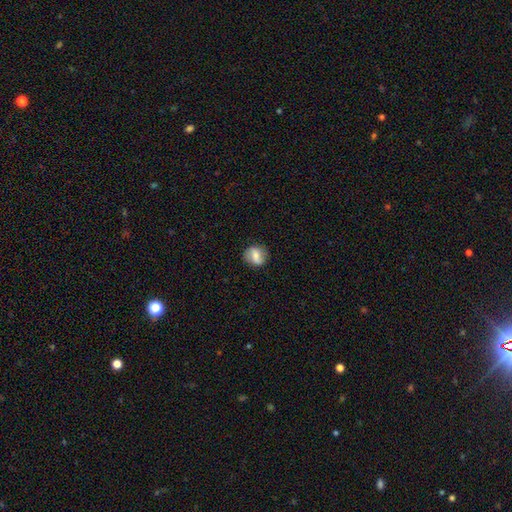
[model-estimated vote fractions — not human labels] Smooth or featured? smooth (57%)
How rounded? round (73%)
Merging? none (82%)